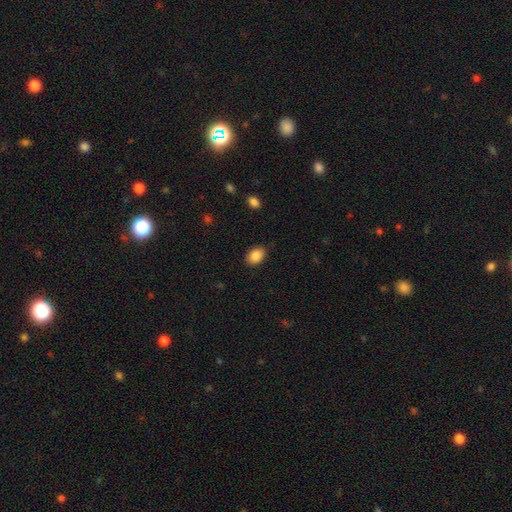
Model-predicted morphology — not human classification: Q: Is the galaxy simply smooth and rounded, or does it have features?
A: smooth — 88%.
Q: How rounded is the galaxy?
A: in between — 80%.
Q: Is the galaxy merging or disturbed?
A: none — 87%.